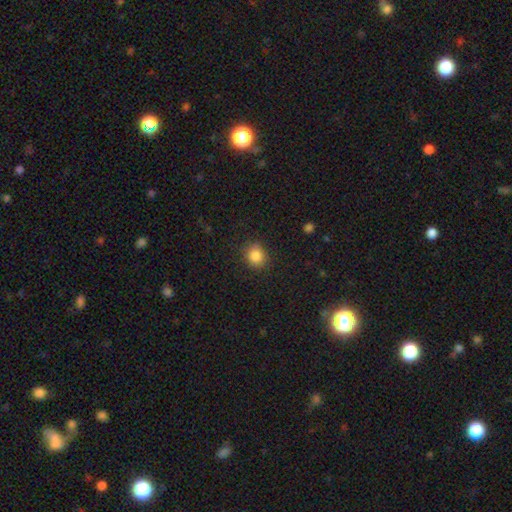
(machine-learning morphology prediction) Smooth or featured? smooth (85%)
How rounded? round (74%)
Merging? none (84%)